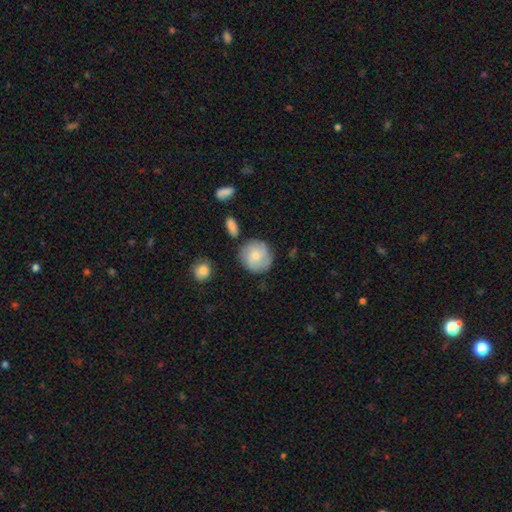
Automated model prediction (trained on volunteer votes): Smooth or featured: smooth — 70% (featured or disk — 23%)
How rounded: round — 91% (in between — 8%)
Merging: none — 77% (minor disturbance — 15%)